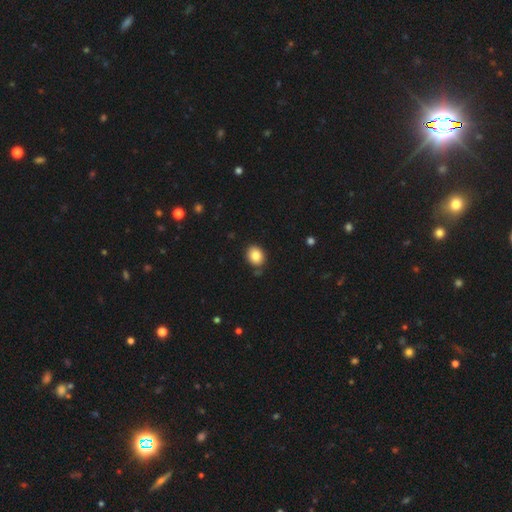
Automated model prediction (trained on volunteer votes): Morphology: type=smooth (84%); roundness=round (55%); merging=none (82%).